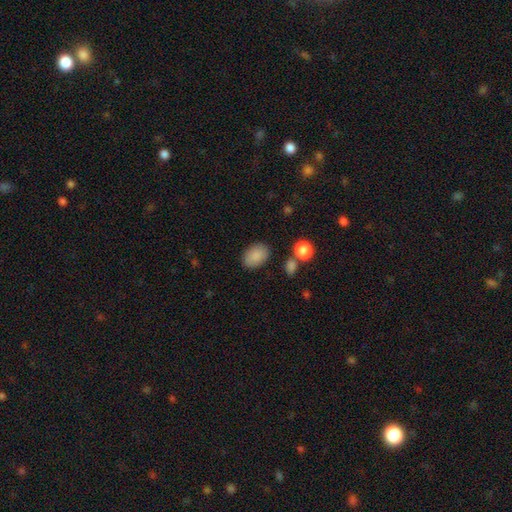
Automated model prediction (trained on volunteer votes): Smooth or featured? Predicted: smooth (p=0.87). How rounded? Predicted: in between (p=0.84). Merging? Predicted: none (p=0.83).